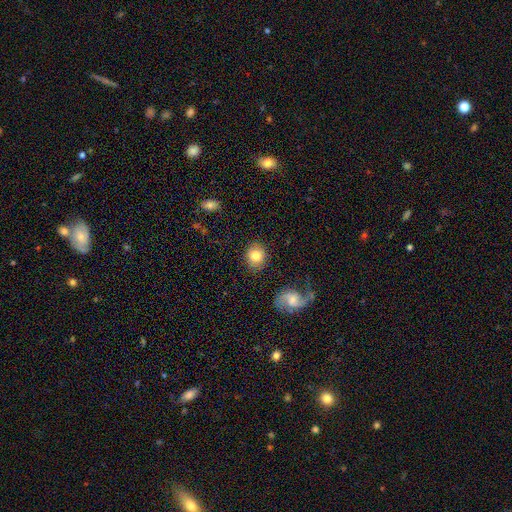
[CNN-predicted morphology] smooth-or-featured: smooth: 78% | featured or disk: 13% | star or artifact: 8%
  how-rounded: round: 66% | in between: 33% | cigar-shaped: 1%
  merging: none: 84% | minor disturbance: 10% | major disturbance: 3% | merger: 2%